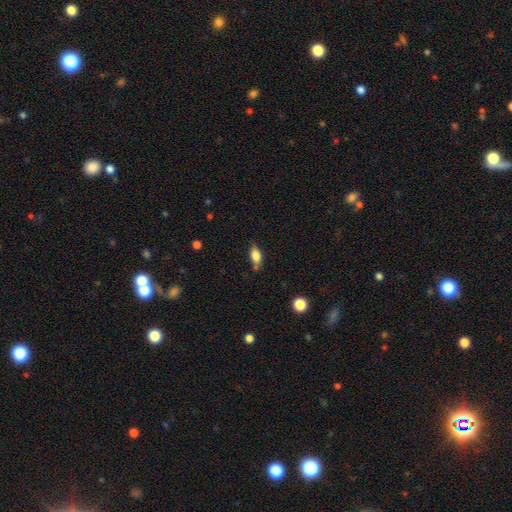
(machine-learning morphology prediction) smooth_or_featured: smooth (p=0.81) [alt: featured or disk p=0.10]
how_rounded: in between (p=0.88) [alt: cigar-shaped p=0.08]
merging: none (p=0.70) [alt: minor disturbance p=0.19]